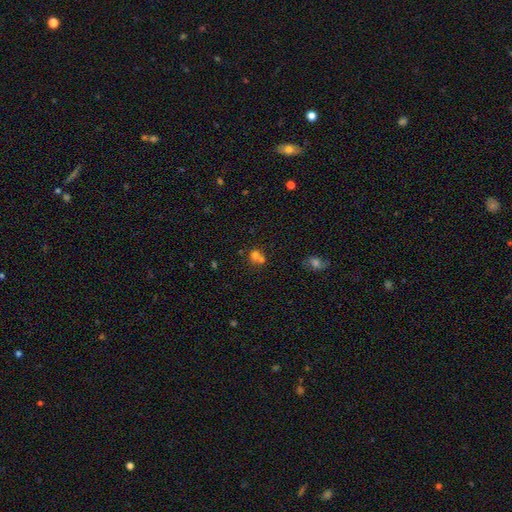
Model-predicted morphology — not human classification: A smooth galaxy with no disk features (69%) that is round (80%).

Vote fractions:
- Smooth or featured? smooth: 69% / star or artifact: 16% / featured or disk: 15%
- How rounded? round: 80% / in between: 19% / cigar-shaped: 1%
- Merging? merger: 53% / none: 37% / minor disturbance: 6% / major disturbance: 3%